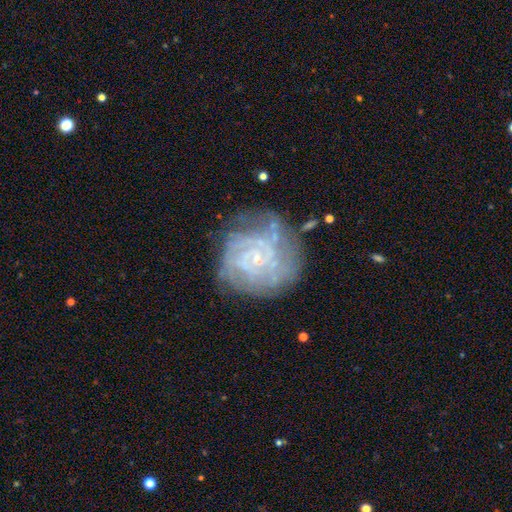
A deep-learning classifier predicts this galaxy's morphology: This is likely a featured or disk galaxy (79%). It is clearly not viewed edge-on (98%). Bar: likely no (64%). Spiral arm pattern: clearly yes (88%). Spiral arm count: marginally can't tell (45%). Spiral winding: likely tight (74%). Central bulge: likely small (79%). Merging: likely none (63%).